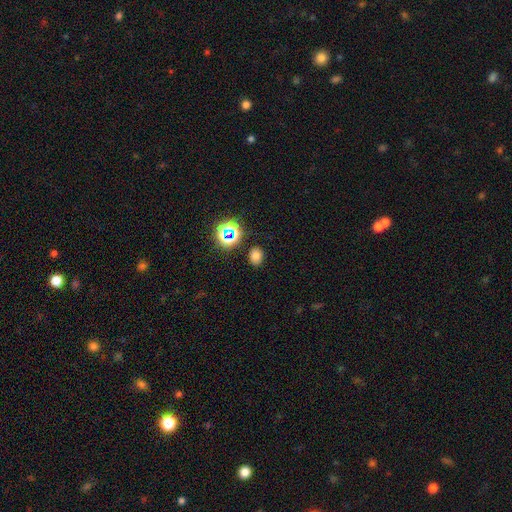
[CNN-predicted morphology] smooth-or-featured: smooth: 71% | star or artifact: 22% | featured or disk: 6%
  how-rounded: in between: 55% | round: 44% | cigar-shaped: 1%
  merging: none: 85% | minor disturbance: 10% | major disturbance: 3% | merger: 3%